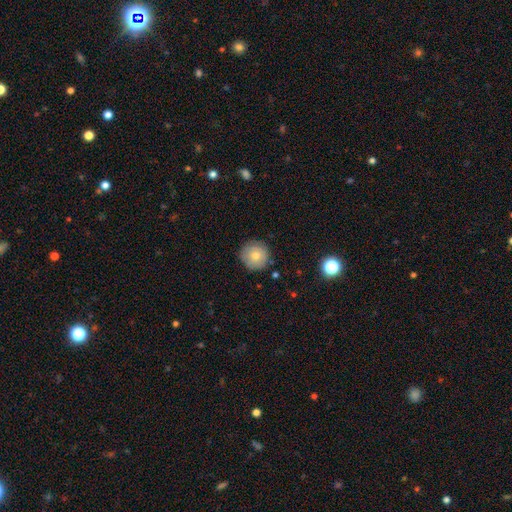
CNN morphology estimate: This appears to be a smooth galaxy with no disk features (73%) that is round (95%). Merging: none (86%).